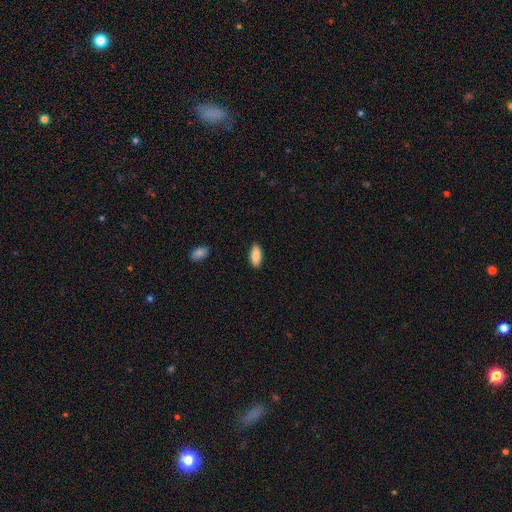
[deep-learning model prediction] This is clearly a smooth galaxy (86%). How rounded: clearly in between (85%). Merging: clearly none (88%).